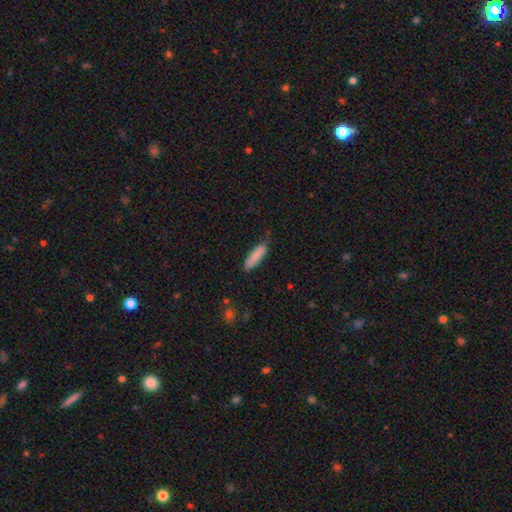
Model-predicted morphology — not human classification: Q: Smooth or featured?
A: smooth (87%); runner-up: featured or disk (7%)
Q: How rounded?
A: cigar-shaped (57%); runner-up: in between (41%)
Q: Merging?
A: none (79%); runner-up: minor disturbance (17%)